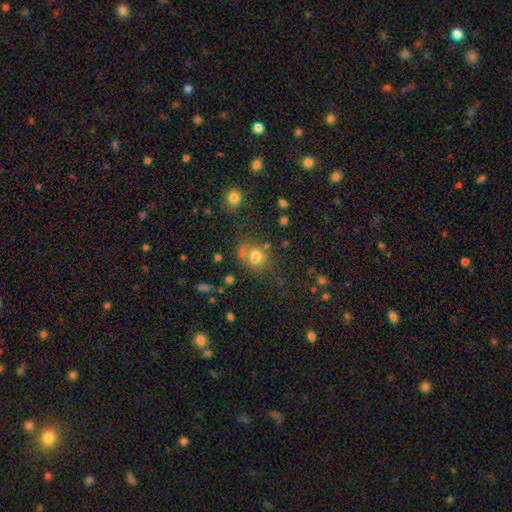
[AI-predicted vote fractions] Overall: smooth (67%). How rounded: round (60%; in between 39%). Merging: none (48%; merger 26%).